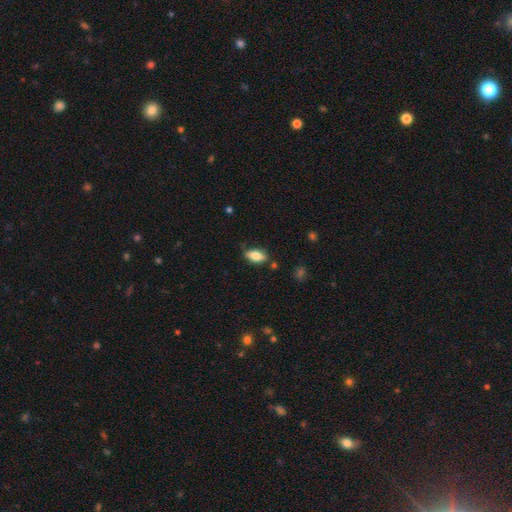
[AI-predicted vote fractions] smooth 76%, featured or disk 17%, star or artifact 7%. Down the decision tree: how rounded — in between (87%); merging — none (78%).